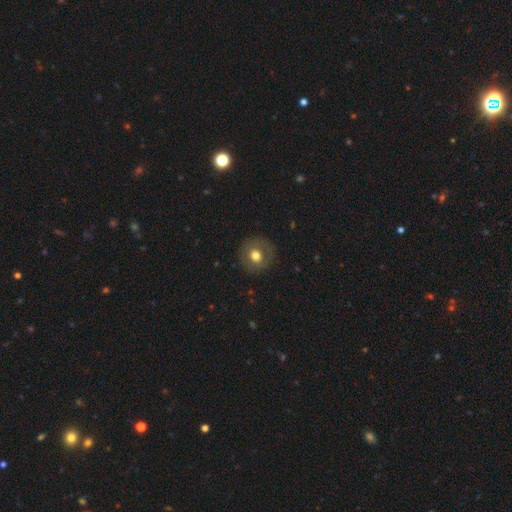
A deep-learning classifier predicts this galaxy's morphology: This appears to be a smooth galaxy with no disk features (65%) that is round (91%). Merging: none (87%).